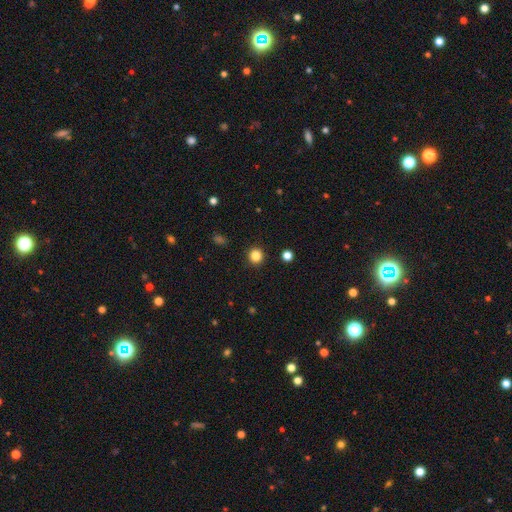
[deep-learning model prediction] Q: Smooth or featured?
A: smooth (84%); runner-up: star or artifact (12%)
Q: How rounded?
A: round (93%); runner-up: in between (6%)
Q: Merging?
A: none (92%); runner-up: minor disturbance (5%)